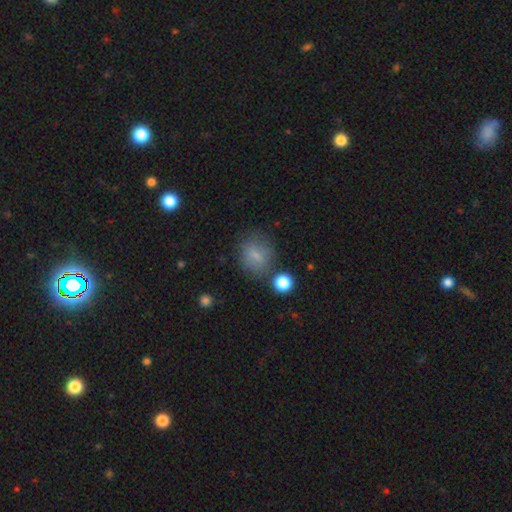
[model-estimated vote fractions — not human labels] Smooth or featured: smooth — 75% (featured or disk — 13%)
How rounded: round — 61% (in between — 37%)
Merging: none — 70% (minor disturbance — 18%)